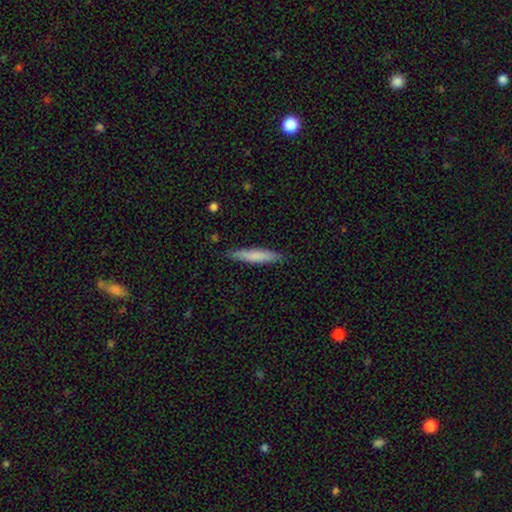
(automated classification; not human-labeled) Morphology: type=smooth (75%); roundness=cigar-shaped (92%); merging=none (87%).